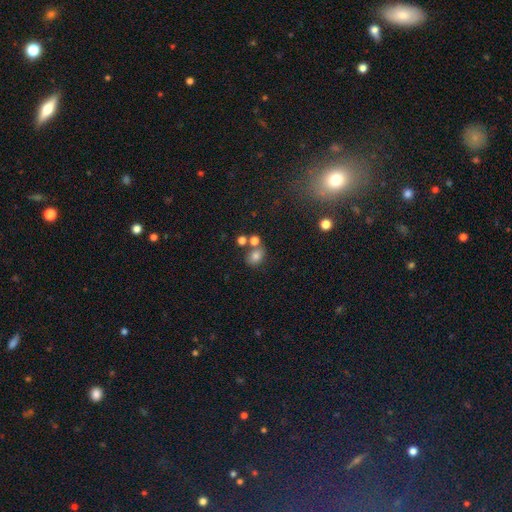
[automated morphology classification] smooth-or-featured: smooth: 75% | star or artifact: 14% | featured or disk: 10%
  how-rounded: round: 50% | in between: 49% | cigar-shaped: 1%
  merging: none: 56% | merger: 25% | minor disturbance: 13% | major disturbance: 5%